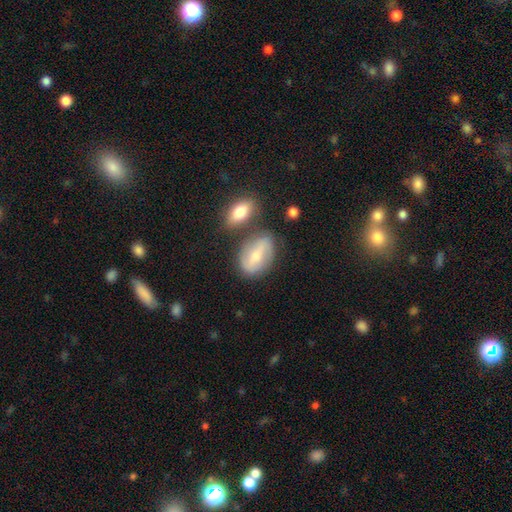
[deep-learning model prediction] Overall: smooth (47%; featured or disk 46%). Merging: none (64%).